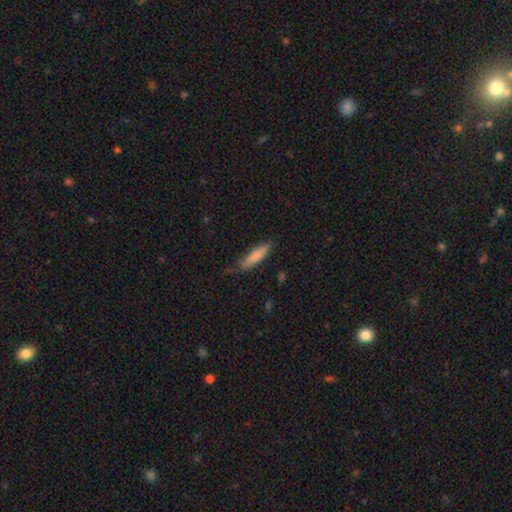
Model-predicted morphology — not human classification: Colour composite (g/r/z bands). It shows a smooth galaxy with no disk features (81%) that is cigar-shaped (72%). Merging: none (66%).